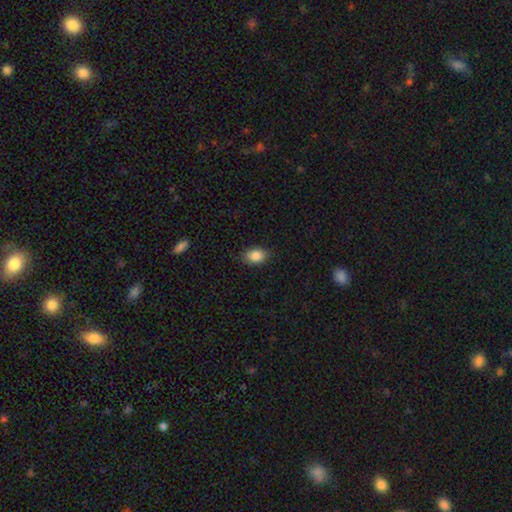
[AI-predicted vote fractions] Smooth or featured: smooth — 86% (star or artifact — 8%)
How rounded: in between — 80% (round — 19%)
Merging: none — 84% (minor disturbance — 12%)